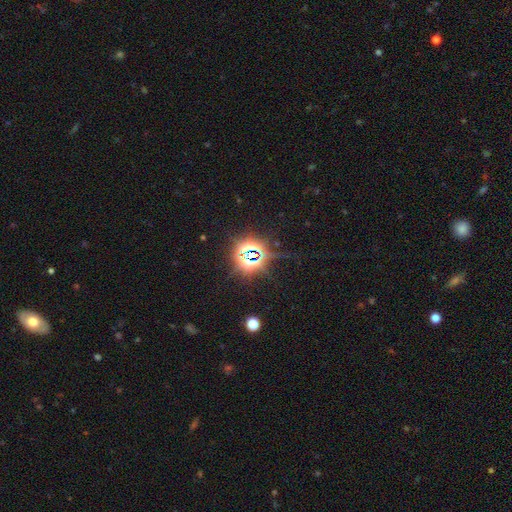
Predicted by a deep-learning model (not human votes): Smooth or featured? star or artifact (83%)